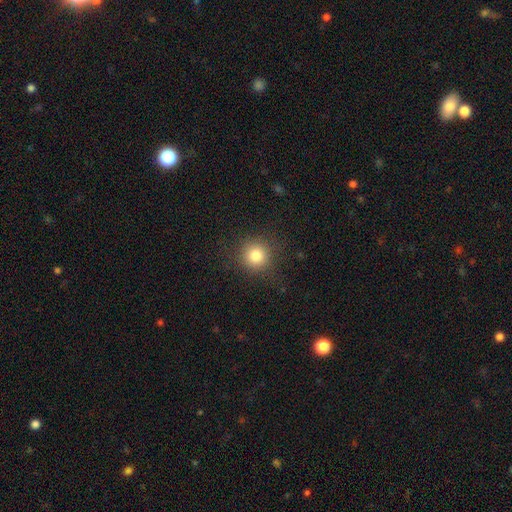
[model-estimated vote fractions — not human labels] smooth-or-featured: smooth: 81% | star or artifact: 12% | featured or disk: 7%
  how-rounded: round: 93% | in between: 6% | cigar-shaped: 1%
  merging: none: 87% | minor disturbance: 8% | major disturbance: 3% | merger: 1%